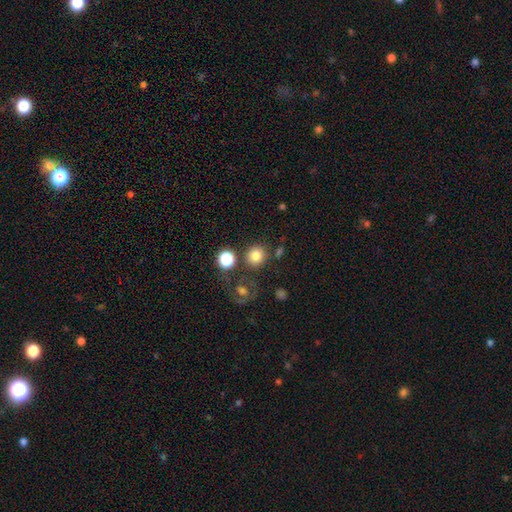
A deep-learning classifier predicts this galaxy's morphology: This is likely a smooth galaxy (80%). How rounded: clearly round (88%). Merging: likely none (77%).